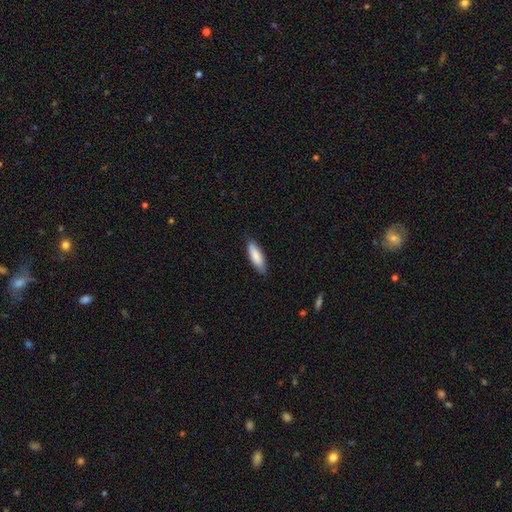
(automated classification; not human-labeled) This appears to be a smooth galaxy with no disk features (86%) that is in between round and cigar-shaped (54%). Merging: none (83%).